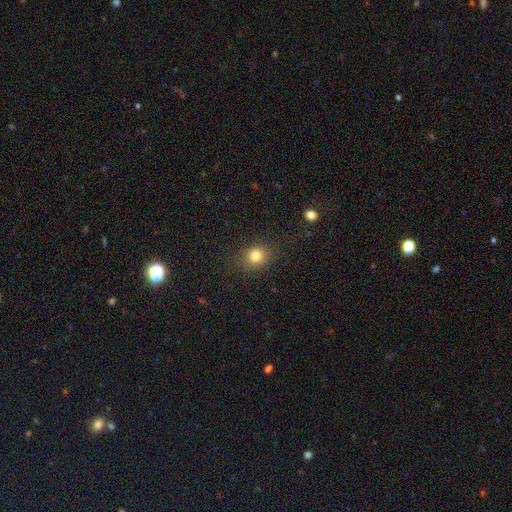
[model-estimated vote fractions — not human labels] smooth-or-featured: smooth: 80% | star or artifact: 13% | featured or disk: 7%
  how-rounded: round: 71% | in between: 28% | cigar-shaped: 1%
  merging: none: 86% | minor disturbance: 10% | major disturbance: 3% | merger: 1%